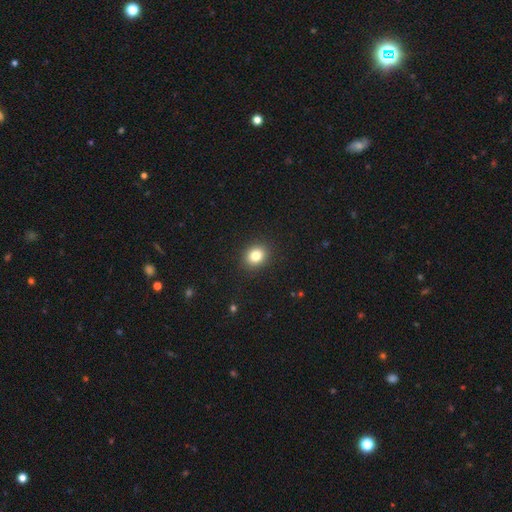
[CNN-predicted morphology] A smooth galaxy with no disk features (82%) that is round (64%).

Vote fractions:
- Smooth or featured? smooth: 82% / star or artifact: 11% / featured or disk: 7%
- How rounded? round: 64% / in between: 35% / cigar-shaped: 1%
- Merging? none: 90% / minor disturbance: 6% / major disturbance: 2% / merger: 1%